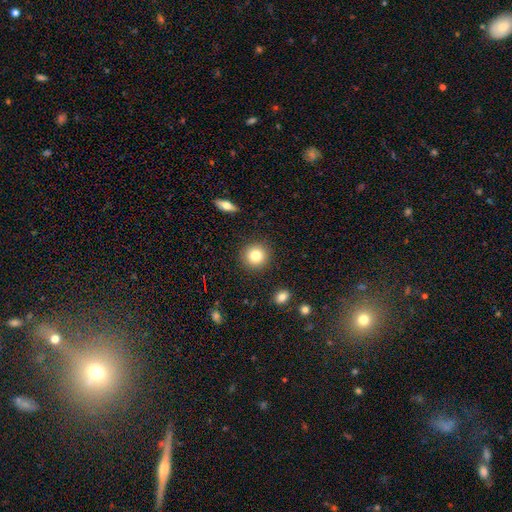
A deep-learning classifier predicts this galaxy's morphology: The model was most divided on "smooth or featured": smooth: 81%, star or artifact: 10%, featured or disk: 9%. More confident: how rounded — round (93%); merging — none (91%).